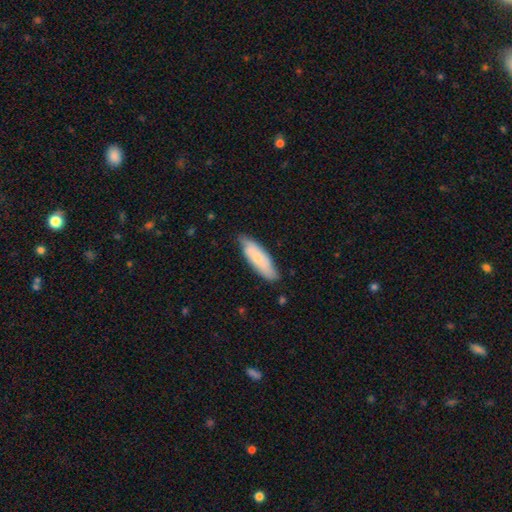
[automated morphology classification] Smooth or featured: smooth — 64% (featured or disk — 30%)
How rounded: in between — 51% (cigar-shaped — 47%)
Merging: none — 76% (minor disturbance — 20%)